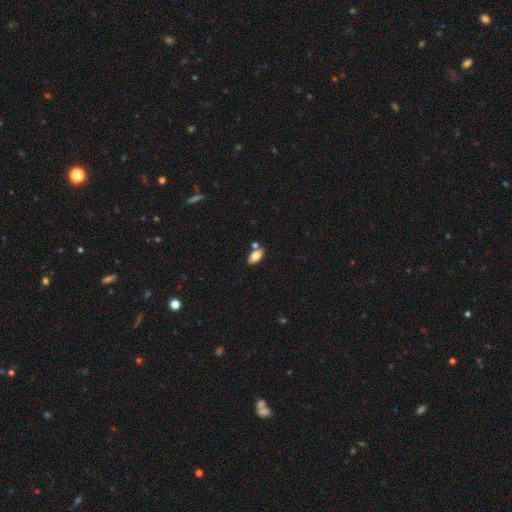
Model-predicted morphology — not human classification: This appears to be a smooth galaxy with no disk features (78%) that is in between round and cigar-shaped (92%). Merging: none (73%).